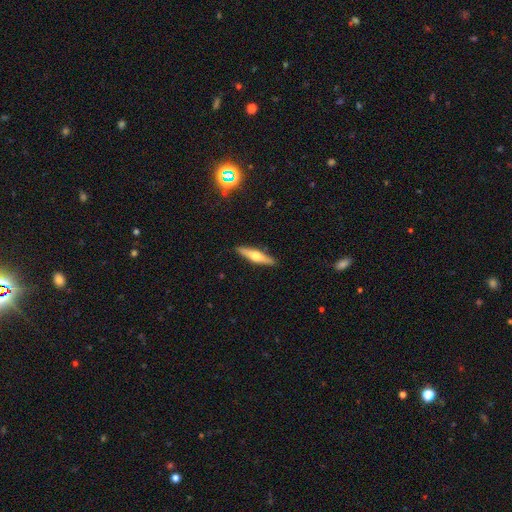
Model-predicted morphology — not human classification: featured or disk 58%, smooth 36%, star or artifact 6%. Down the decision tree: edge-on disk — yes (95%); edge-on bulge — rounded (93%); merging — none (90%).